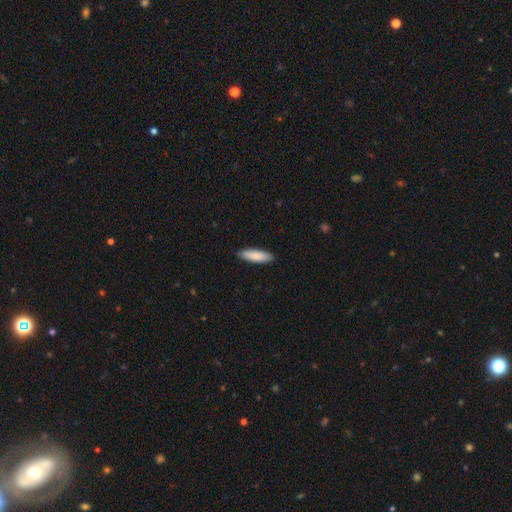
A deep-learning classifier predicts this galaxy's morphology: This is clearly a smooth galaxy (88%). How rounded: possibly cigar-shaped (55%). Merging: clearly none (89%).